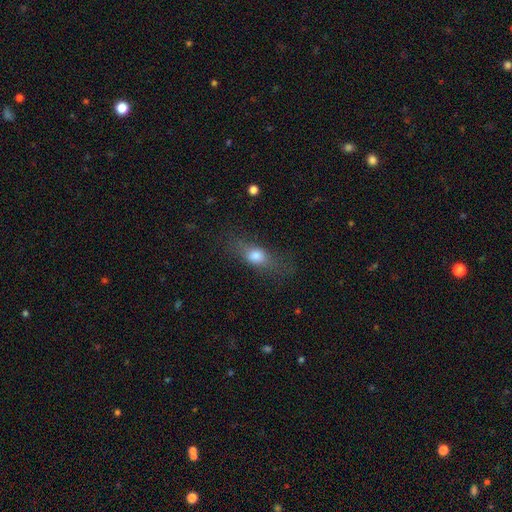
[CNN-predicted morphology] Overall: smooth (69%). How rounded: in between (62%). Merging: none (63%).